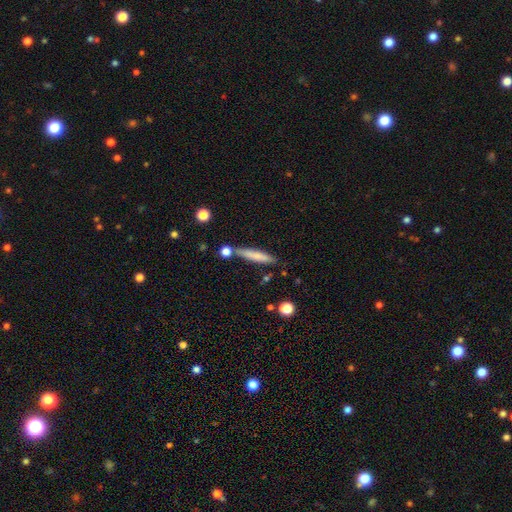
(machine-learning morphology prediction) The model was most divided on "smooth or featured": smooth: 69%, featured or disk: 25%, star or artifact: 6%. More confident: how rounded — cigar-shaped (90%); merging — none (74%).